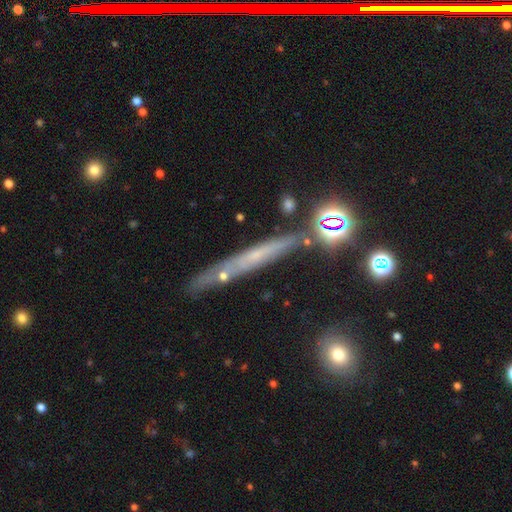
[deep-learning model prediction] Overall: featured or disk (50%; smooth 34%). Merging: none (77%).